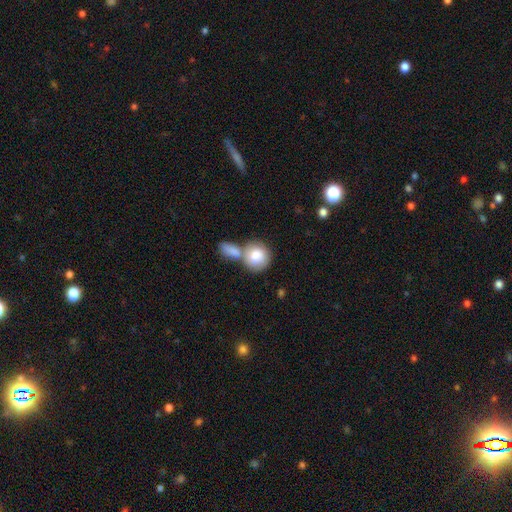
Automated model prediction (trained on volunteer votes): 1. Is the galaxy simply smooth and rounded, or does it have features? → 83% smooth, 12% featured or disk, 6% star or artifact.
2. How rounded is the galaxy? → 78% round, 21% in between, 1% cigar-shaped.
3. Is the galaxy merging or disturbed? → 51% merger, 35% none, 10% minor disturbance, 4% major disturbance.